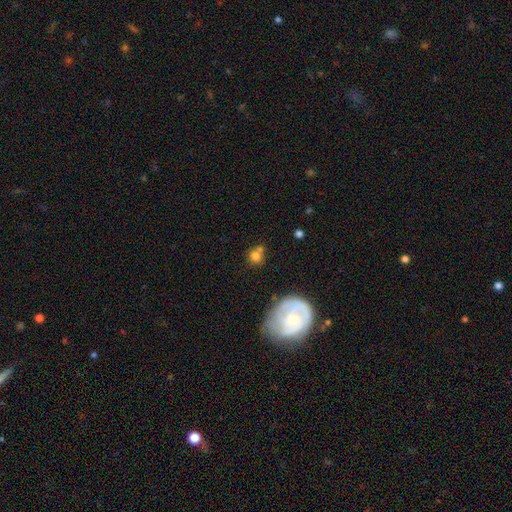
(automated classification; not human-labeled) Smooth or featured? Predicted: smooth (p=0.75). How rounded? Predicted: round (p=0.84). Merging? Predicted: none (p=0.54).